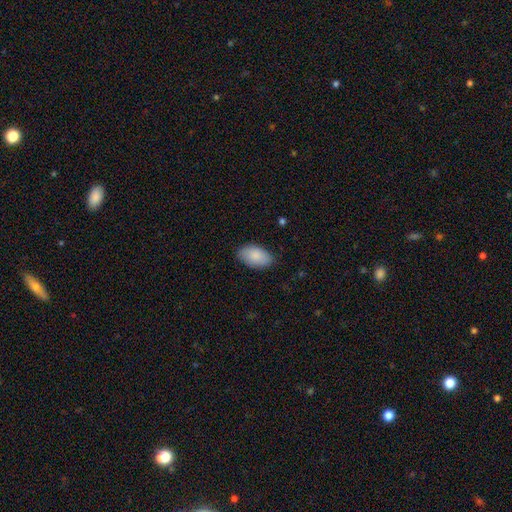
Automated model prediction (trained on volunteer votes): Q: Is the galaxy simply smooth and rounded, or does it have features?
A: smooth — 88%.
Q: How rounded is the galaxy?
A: in between — 95%.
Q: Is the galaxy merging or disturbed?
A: none — 83%.